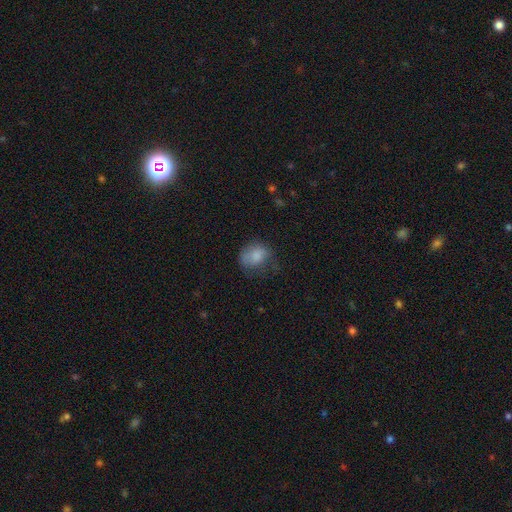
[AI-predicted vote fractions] Q: Smooth or featured?
A: smooth (78%); runner-up: featured or disk (12%)
Q: How rounded?
A: in between (51%); runner-up: round (48%)
Q: Merging?
A: none (44%); runner-up: minor disturbance (31%)